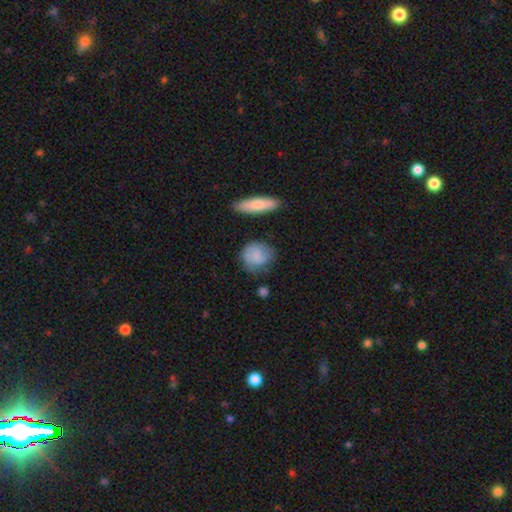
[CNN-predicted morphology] smooth 79%, featured or disk 15%, star or artifact 7%. Down the decision tree: how rounded — round (71%); merging — none (65%).